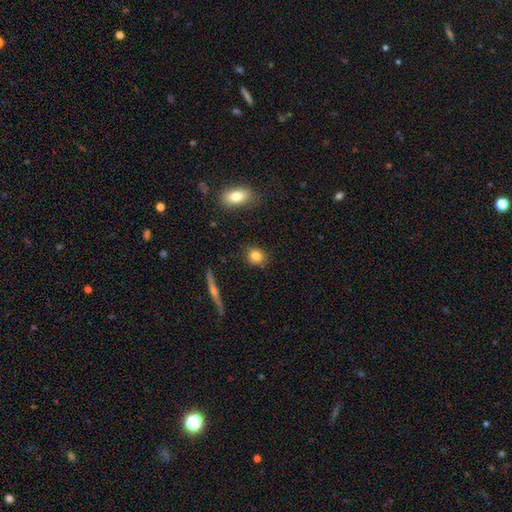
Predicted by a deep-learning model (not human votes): Morphology: type=smooth (82%); roundness=round (72%); merging=none (85%).